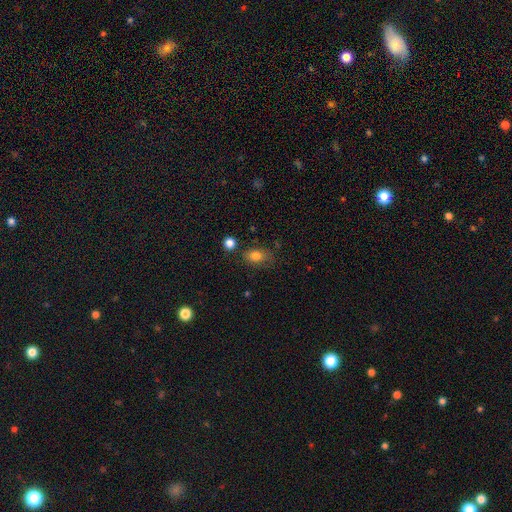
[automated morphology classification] This appears to be a smooth galaxy with no disk features (82%) that is in between round and cigar-shaped (78%). Merging: none (68%).